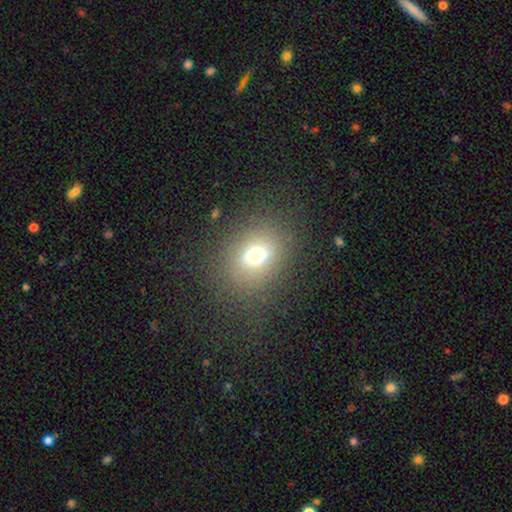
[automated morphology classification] Smooth or featured? Predicted: smooth (p=0.61). How rounded? Predicted: round (p=0.56). Merging? Predicted: none (p=0.77).